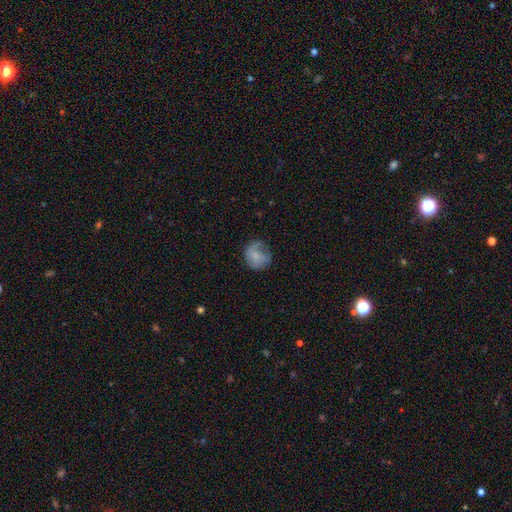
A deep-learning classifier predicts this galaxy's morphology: Smooth or featured? Predicted: smooth (p=0.67). How rounded? Predicted: round (p=0.79). Merging? Predicted: none (p=0.55).